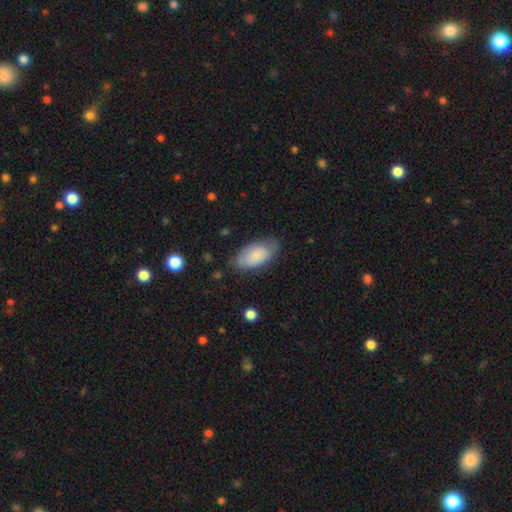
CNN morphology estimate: Q: Smooth or featured?
A: smooth (77%); runner-up: featured or disk (17%)
Q: How rounded?
A: in between (94%); runner-up: cigar-shaped (3%)
Q: Merging?
A: none (69%); runner-up: minor disturbance (24%)